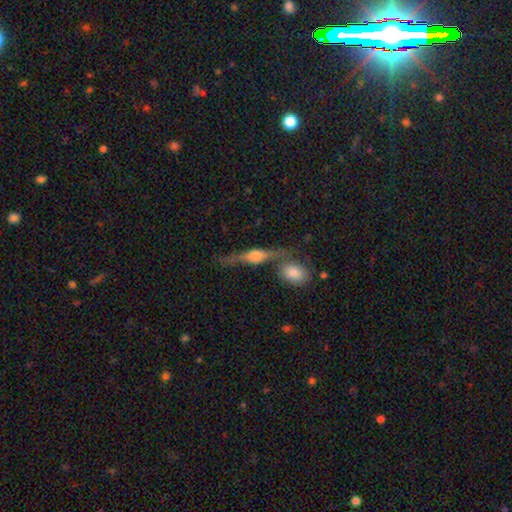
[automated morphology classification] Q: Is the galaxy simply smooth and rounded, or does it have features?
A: featured or disk — 71%.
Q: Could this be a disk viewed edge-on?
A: yes — 93%.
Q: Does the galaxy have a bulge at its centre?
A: rounded — 89%.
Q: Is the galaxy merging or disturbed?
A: none — 64%.